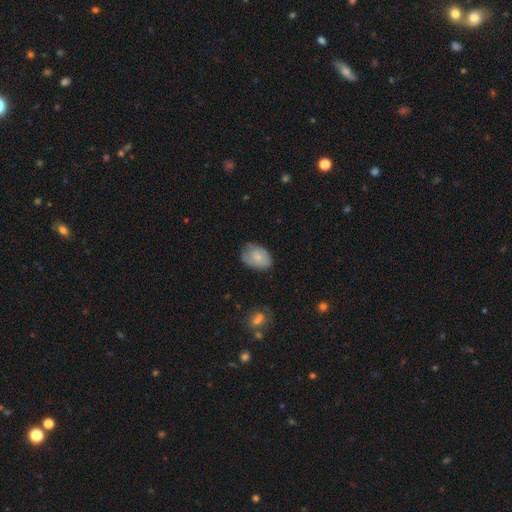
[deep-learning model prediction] Smooth or featured?
  - smooth: 68% *
  - featured or disk: 25%
  - star or artifact: 7%
How rounded?
  - in between: 81% *
  - round: 18%
  - cigar-shaped: 1%
Merging?
  - none: 62% *
  - minor disturbance: 29%
  - major disturbance: 7%
  - merger: 2%